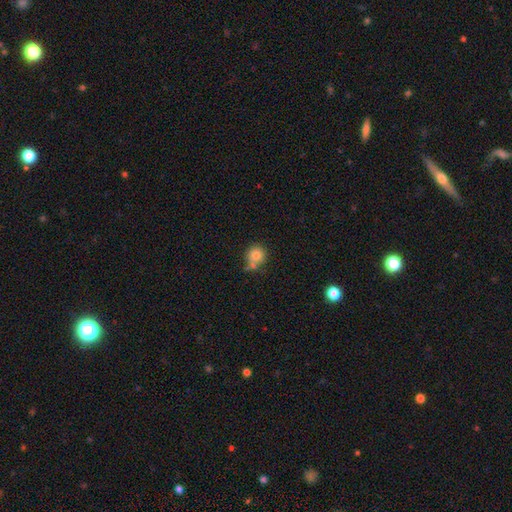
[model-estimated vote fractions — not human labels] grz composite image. It shows a smooth galaxy with no disk features (80%) that is round (87%). Merging: none (54%).